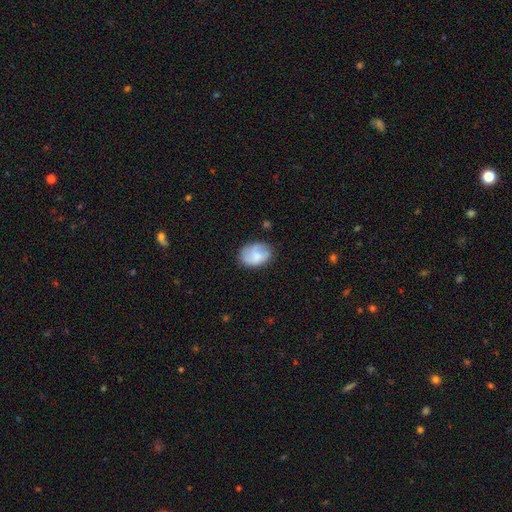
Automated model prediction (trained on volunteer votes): The model was most divided on "merging": none: 66%, minor disturbance: 24%, major disturbance: 7%, merger: 2%. More confident: how rounded — in between (75%); smooth or featured — smooth (69%).